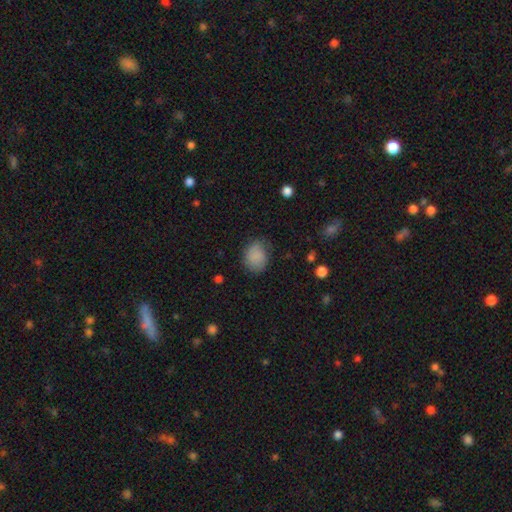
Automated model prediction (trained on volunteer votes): Morphology: type=smooth (83%); roundness=in between (52%); merging=none (70%).